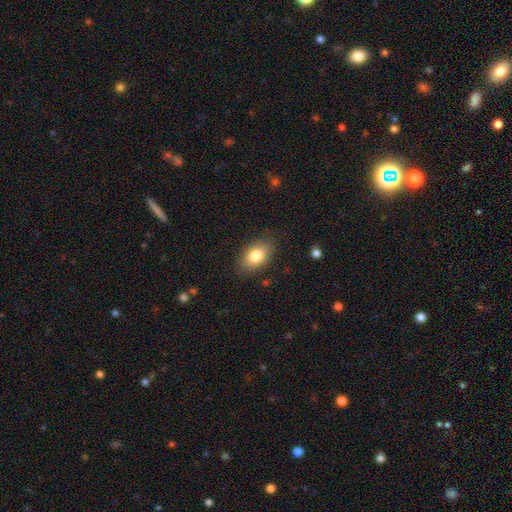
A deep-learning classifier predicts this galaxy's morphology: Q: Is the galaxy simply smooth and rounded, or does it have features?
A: smooth — 82%.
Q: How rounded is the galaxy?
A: in between — 88%.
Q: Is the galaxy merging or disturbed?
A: none — 84%.